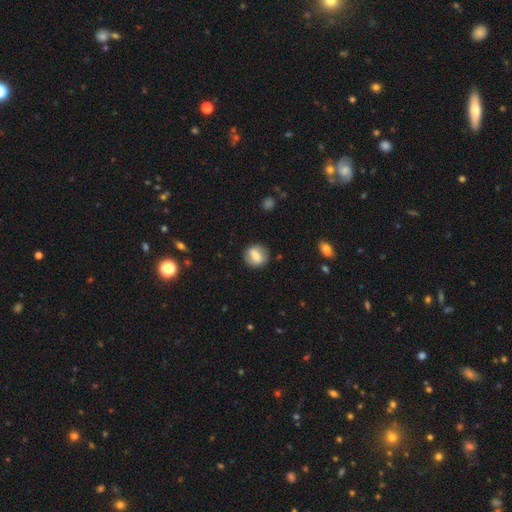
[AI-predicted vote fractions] smooth-or-featured: smooth: 61% | featured or disk: 31% | star or artifact: 8%
  how-rounded: round: 75% | in between: 23% | cigar-shaped: 2%
  merging: none: 85% | minor disturbance: 11% | major disturbance: 3% | merger: 1%